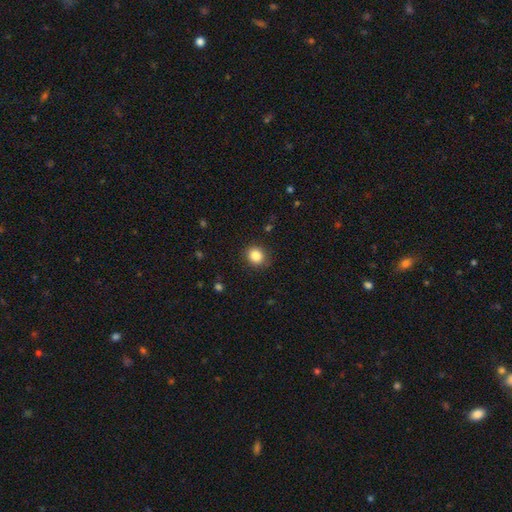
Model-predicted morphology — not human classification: Smooth or featured? smooth (85%)
How rounded? round (80%)
Merging? none (87%)